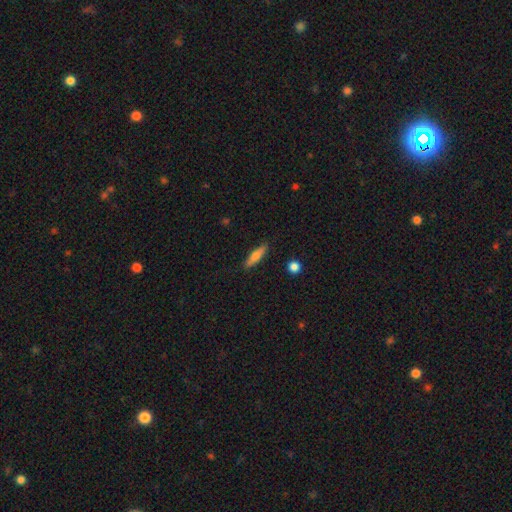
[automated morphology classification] type=smooth (60%); roundness=cigar-shaped (78%); merging=none (88%).